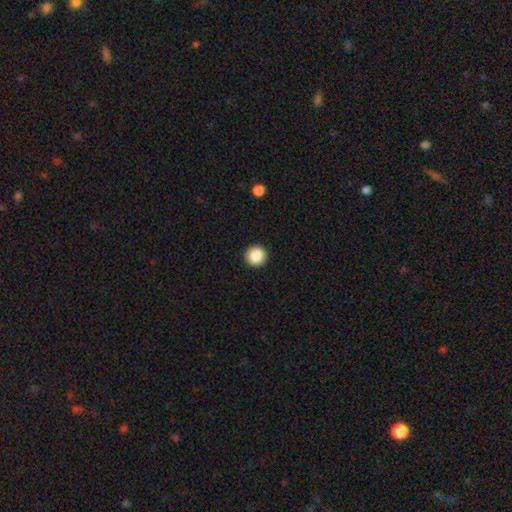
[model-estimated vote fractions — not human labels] This is clearly a smooth galaxy (87%). How rounded: clearly round (96%). Merging: clearly none (94%).